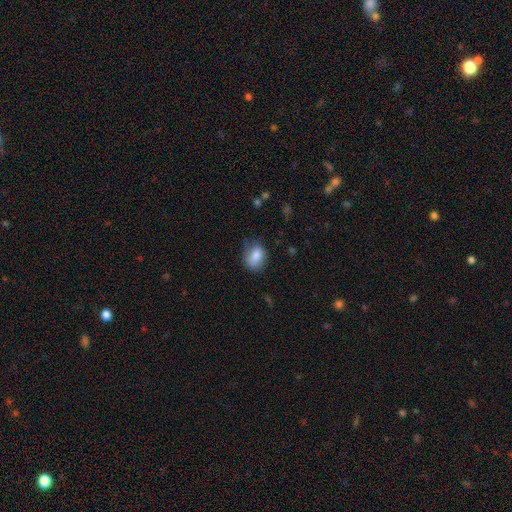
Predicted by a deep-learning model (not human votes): This appears to be a smooth galaxy with no disk features (81%) that is in between round and cigar-shaped (68%). Merging: none (60%).